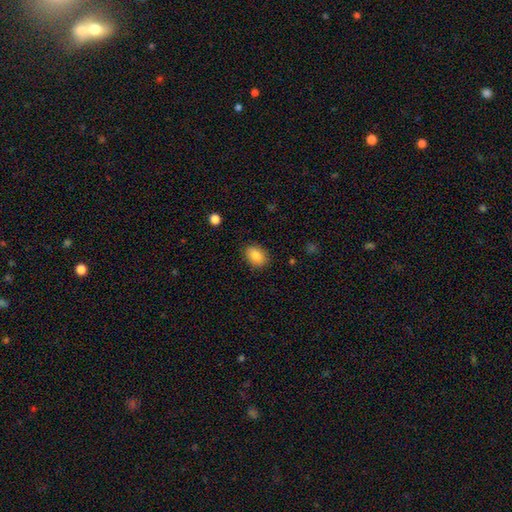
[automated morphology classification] Smooth or featured? smooth (85%)
How rounded? in between (77%)
Merging? none (86%)